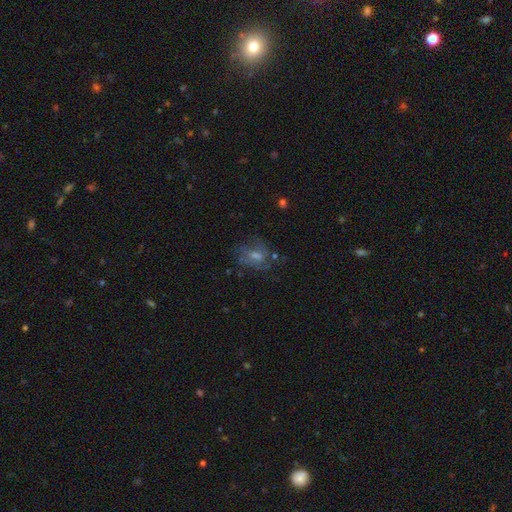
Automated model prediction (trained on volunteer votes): Smooth or featured: featured or disk — 45% (smooth — 32%)
Merging: none — 65% (minor disturbance — 19%)